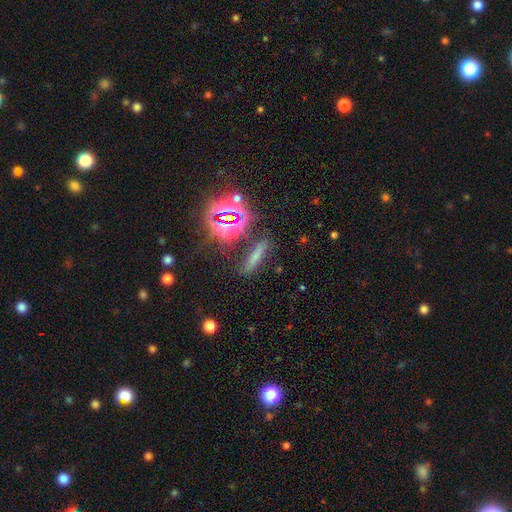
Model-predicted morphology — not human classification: A smooth galaxy with no disk features (57%) that is cigar-shaped (79%). Merging: none (79%).